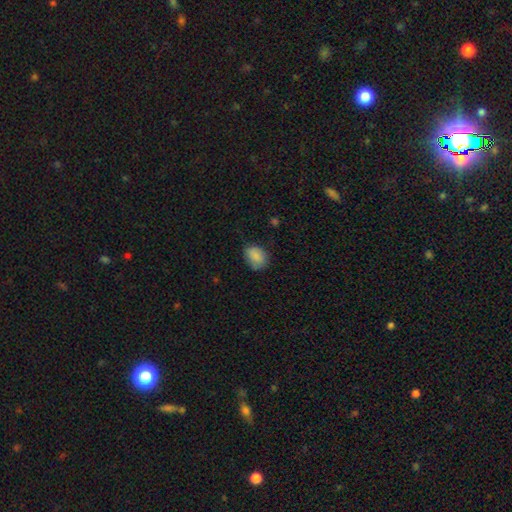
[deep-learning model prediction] Q: Smooth or featured?
A: smooth (85%); runner-up: star or artifact (8%)
Q: How rounded?
A: in between (70%); runner-up: round (29%)
Q: Merging?
A: none (68%); runner-up: minor disturbance (26%)